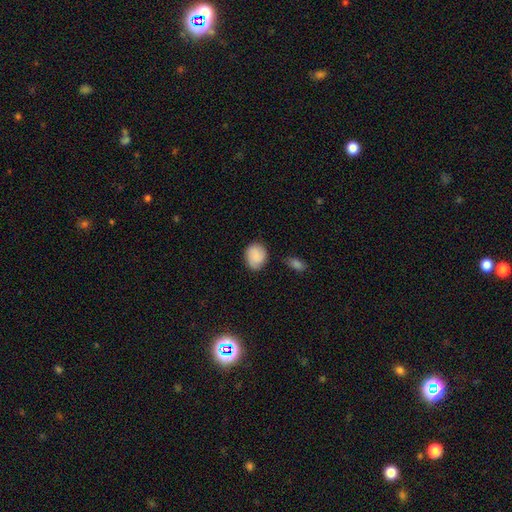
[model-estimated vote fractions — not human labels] A smooth galaxy with no disk features (84%) that is round (52%).

Vote fractions:
- Smooth or featured? smooth: 84% / featured or disk: 8% / star or artifact: 7%
- How rounded? round: 52% / in between: 47% / cigar-shaped: 1%
- Merging? none: 76% / minor disturbance: 17% / major disturbance: 4% / merger: 3%